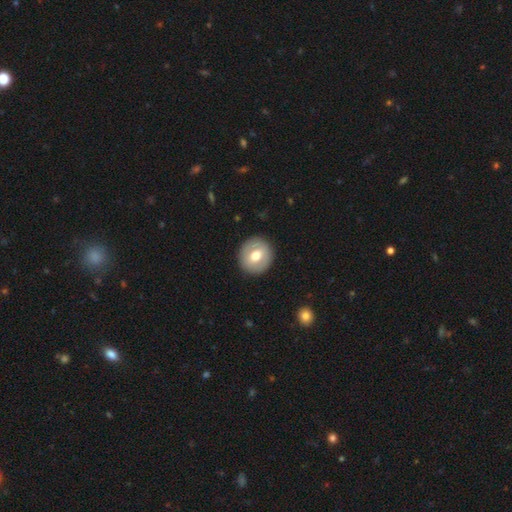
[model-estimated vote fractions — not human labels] The model was most divided on "smooth or featured": smooth: 62%, featured or disk: 31%, star or artifact: 7%. More confident: merging — none (91%); how rounded — round (89%).